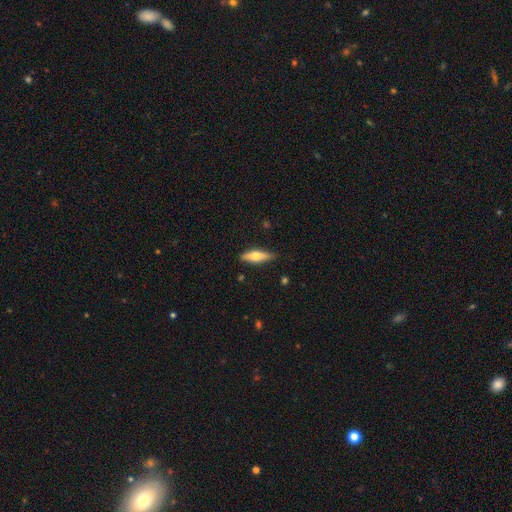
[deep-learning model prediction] Smooth or featured? smooth (57%)
How rounded? cigar-shaped (57%)
Merging? none (84%)